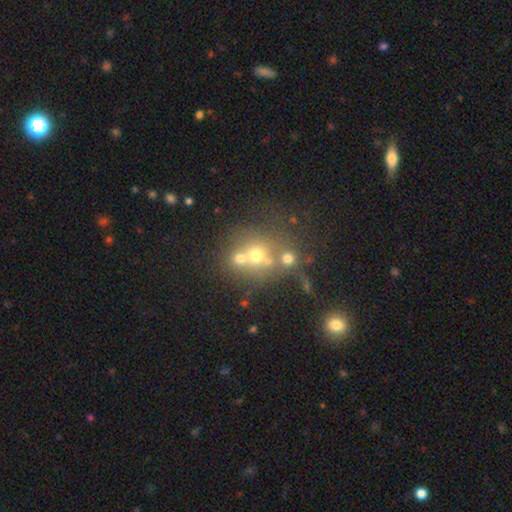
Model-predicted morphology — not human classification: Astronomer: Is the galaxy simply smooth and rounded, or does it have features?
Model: smooth — 54%.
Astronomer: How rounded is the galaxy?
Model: round — 79%.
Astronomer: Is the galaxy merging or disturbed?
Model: none — 46% (runner-up: merger, 39%).